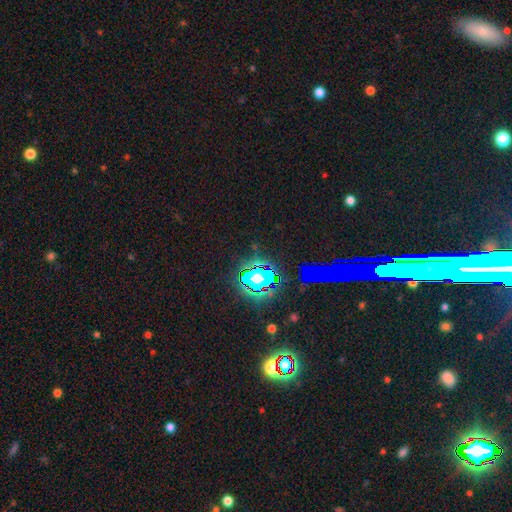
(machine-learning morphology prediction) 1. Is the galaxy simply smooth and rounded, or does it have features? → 79% star or artifact, 11% featured or disk, 10% smooth.